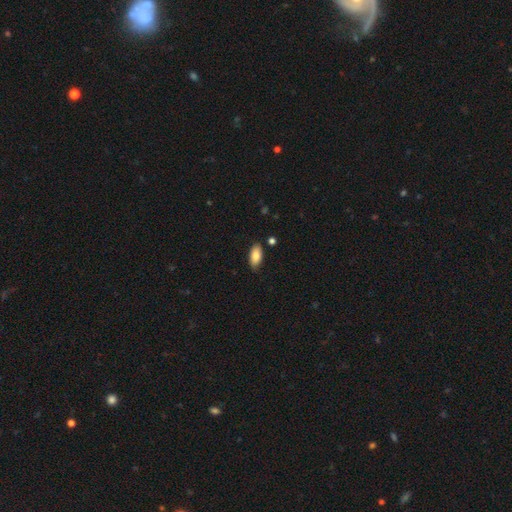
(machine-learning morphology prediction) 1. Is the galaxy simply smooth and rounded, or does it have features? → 84% smooth, 9% featured or disk, 7% star or artifact.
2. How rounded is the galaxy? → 91% in between, 6% cigar-shaped, 2% round.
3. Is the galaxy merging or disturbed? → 86% none, 10% minor disturbance, 2% major disturbance, 2% merger.